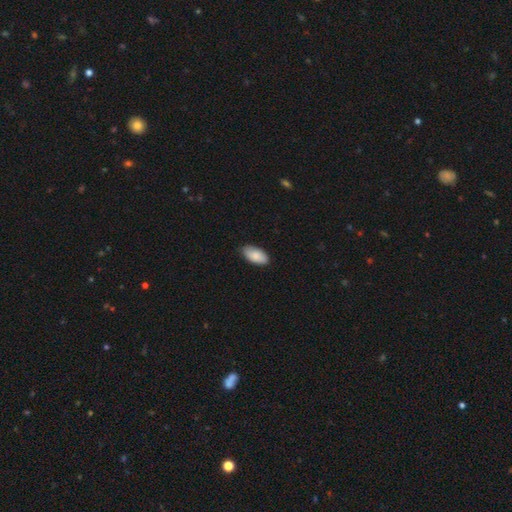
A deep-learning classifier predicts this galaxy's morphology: Overall: smooth (87%). How rounded: in between (94%). Merging: none (84%).